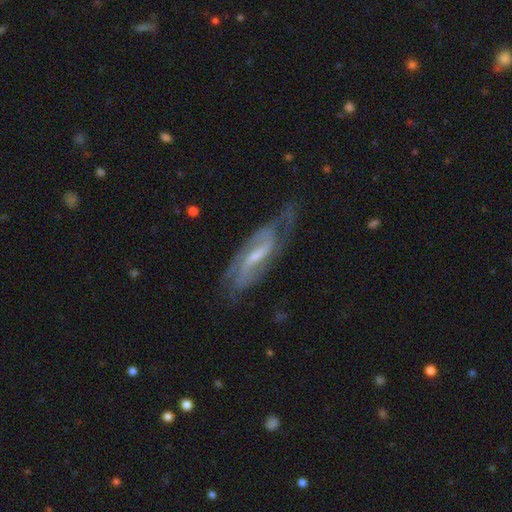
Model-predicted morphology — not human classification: Overall: featured or disk (84%). Edge-on disk: no (85%). Bar: weak (47%; strong 37%). Spiral arms: yes (95%). Spiral arm count: 2 (78%). Spiral winding: medium (49%; tight 29%). Bulge size: small (56%; moderate 32%). Merging: none (64%).